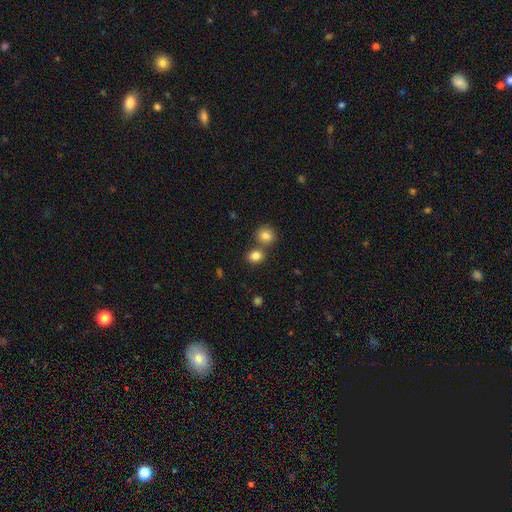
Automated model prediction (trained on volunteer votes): This is clearly a smooth galaxy (83%). How rounded: possibly round (58%). Merging: possibly none (58%).